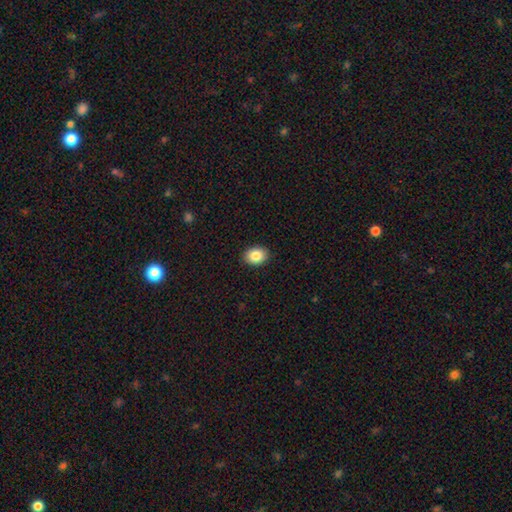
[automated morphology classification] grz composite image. It shows a smooth galaxy with no disk features (86%) that is in between round and cigar-shaped (64%). Merging: none (90%).